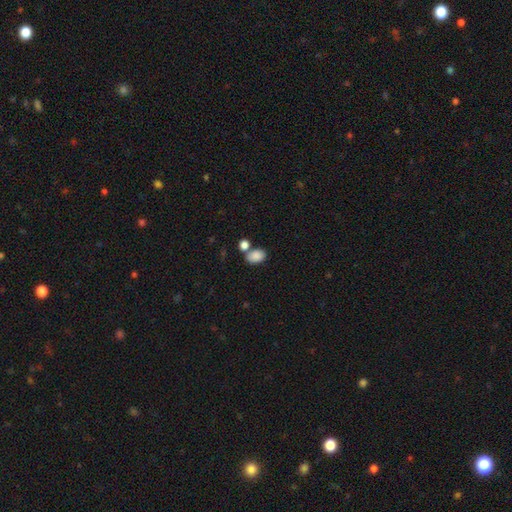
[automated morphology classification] Smooth or featured? smooth (86%)
How rounded? in between (84%)
Merging? none (57%)